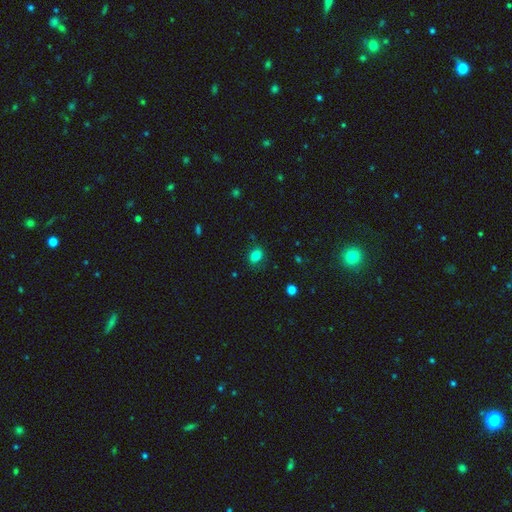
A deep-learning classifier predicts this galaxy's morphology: Smooth or featured? smooth (81%)
How rounded? in between (69%)
Merging? none (78%)